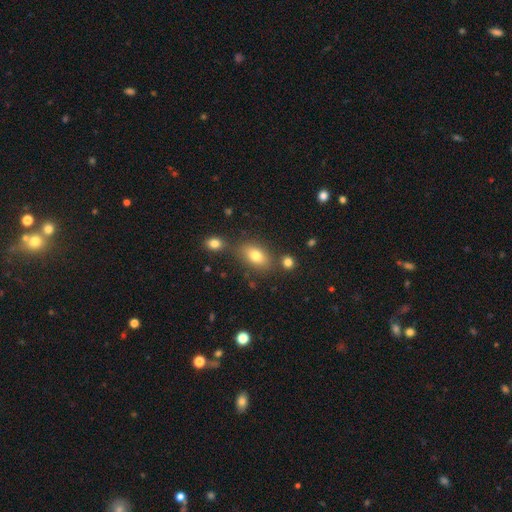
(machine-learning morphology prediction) This appears to be a smooth galaxy with no disk features (78%) that is in between round and cigar-shaped (86%). Merging: none (69%).